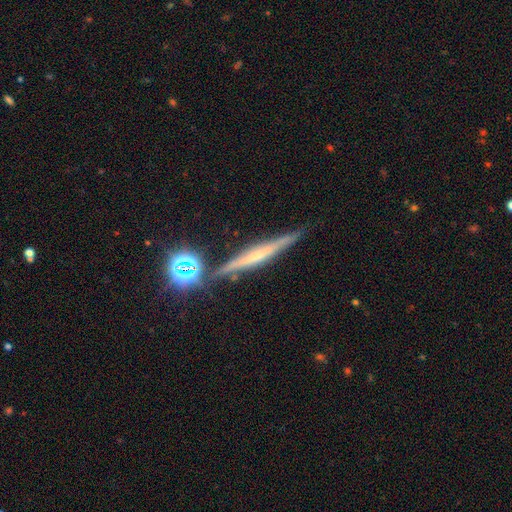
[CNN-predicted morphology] Smooth or featured? Predicted: featured or disk (p=0.59). Edge-on disk? Predicted: yes (p=0.95). Edge-on bulge? Predicted: none (p=0.45). Merging? Predicted: none (p=0.82).